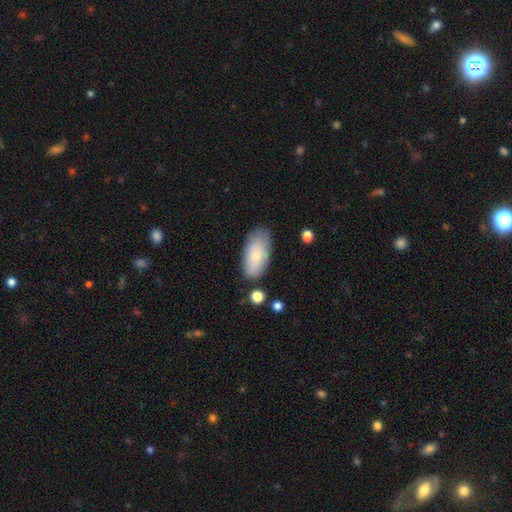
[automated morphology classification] Smooth or featured: smooth — 78% (featured or disk — 16%)
How rounded: in between — 93% (cigar-shaped — 4%)
Merging: none — 77% (minor disturbance — 16%)